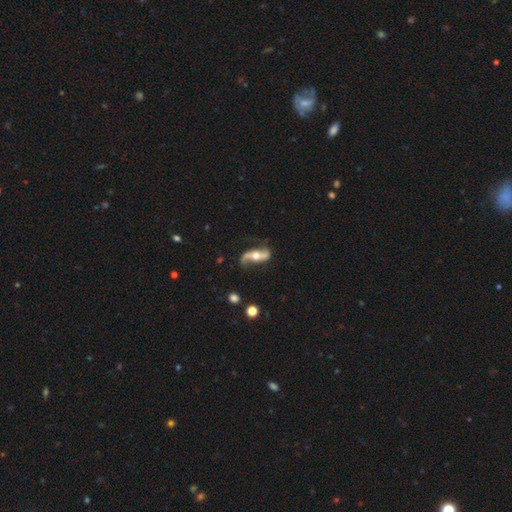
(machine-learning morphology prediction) Smooth or featured?
  - featured or disk: 84% *
  - smooth: 11%
  - star or artifact: 5%
Edge-on disk?
  - no: 88% *
  - yes: 12%
Bar?
  - no: 52% *
  - weak: 24%
  - strong: 23%
Spiral arms?
  - yes: 94% *
  - no: 6%
Spiral winding?
  - loose: 80% *
  - medium: 15%
  - tight: 5%
Spiral arm count?
  - 2: 92% *
  - 1: 3%
  - can't tell: 2%
  - 3: 1%
  - 4: 1%
  - more than 4: 1%
Bulge size?
  - moderate: 70% *
  - small: 16%
  - large: 11%
  - none: 2%
  - dominant: 2%
Merging?
  - none: 72% *
  - minor disturbance: 17%
  - major disturbance: 8%
  - merger: 3%